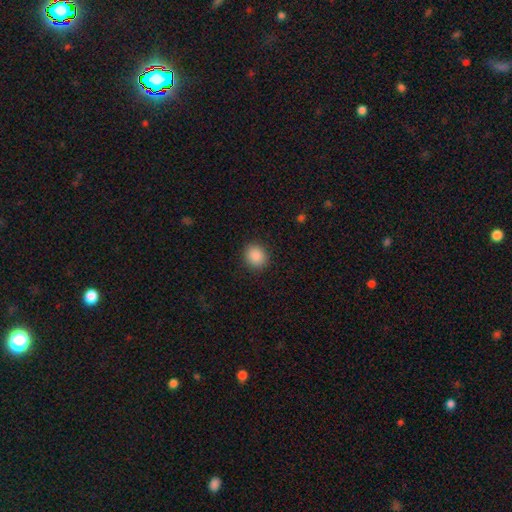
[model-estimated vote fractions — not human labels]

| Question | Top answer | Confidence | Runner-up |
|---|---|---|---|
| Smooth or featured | smooth | 89% | star or artifact (9%) |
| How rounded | round | 79% | in between (20%) |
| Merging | none | 91% | minor disturbance (6%) |